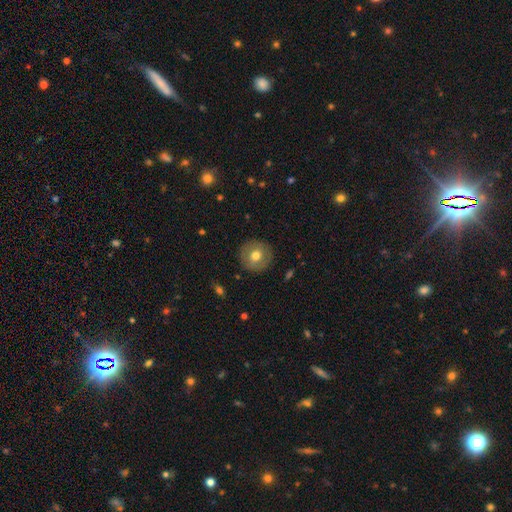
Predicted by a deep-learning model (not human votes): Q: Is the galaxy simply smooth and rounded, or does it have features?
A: smooth — 65%.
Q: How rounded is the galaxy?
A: round — 94%.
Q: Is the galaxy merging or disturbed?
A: none — 90%.